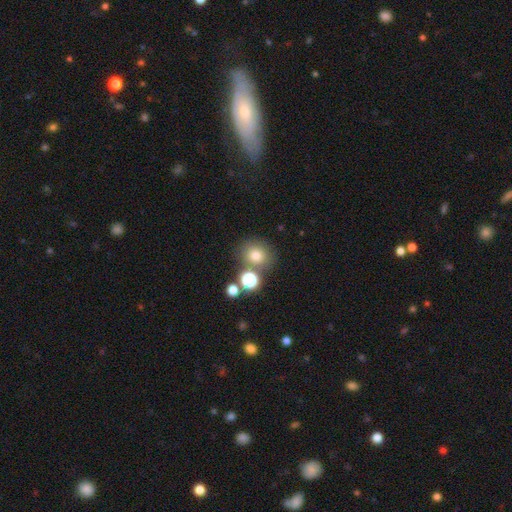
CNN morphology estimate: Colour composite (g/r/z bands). It shows a smooth galaxy with no disk features (75%) that is round (81%). Merging: none (70%).